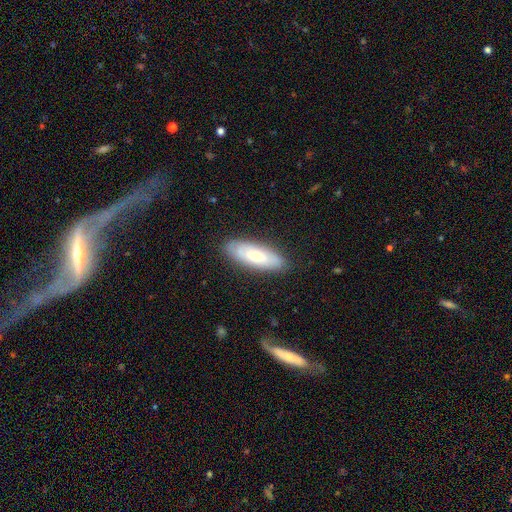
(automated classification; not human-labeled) Smooth or featured? Predicted: smooth (p=0.54). How rounded? Predicted: in between (p=0.67). Merging? Predicted: none (p=0.84).